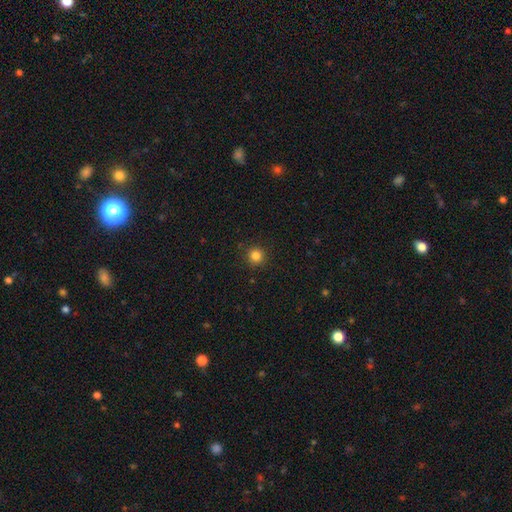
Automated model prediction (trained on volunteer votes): Overall: smooth (83%). How rounded: round (94%). Merging: none (91%).